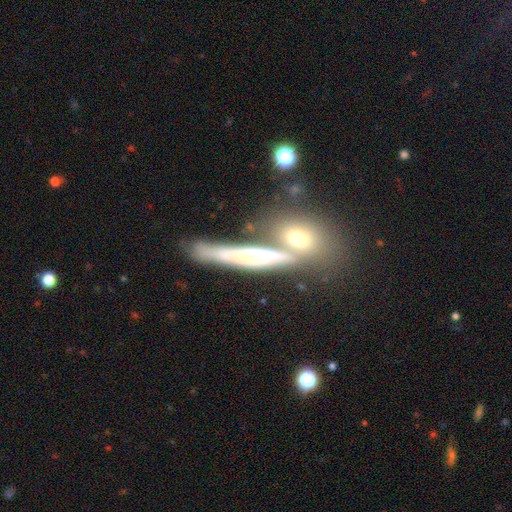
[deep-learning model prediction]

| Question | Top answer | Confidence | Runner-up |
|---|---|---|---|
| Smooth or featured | featured or disk | 55% | smooth (34%) |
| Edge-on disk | yes | 72% | no (28%) |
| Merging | none | 51% | merger (29%) |